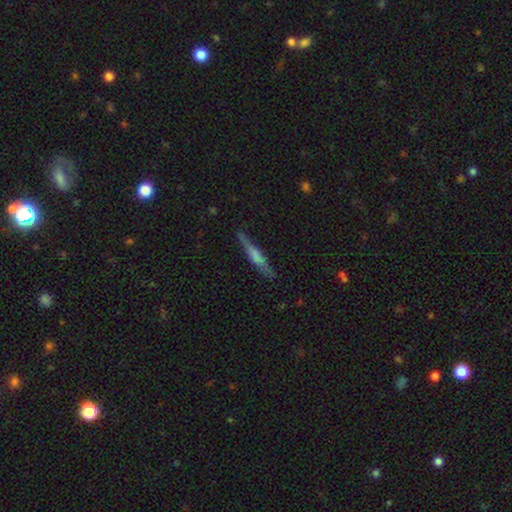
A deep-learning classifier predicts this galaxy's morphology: A smooth galaxy with no disk features (51%) that is cigar-shaped (90%). Merging: none (80%).